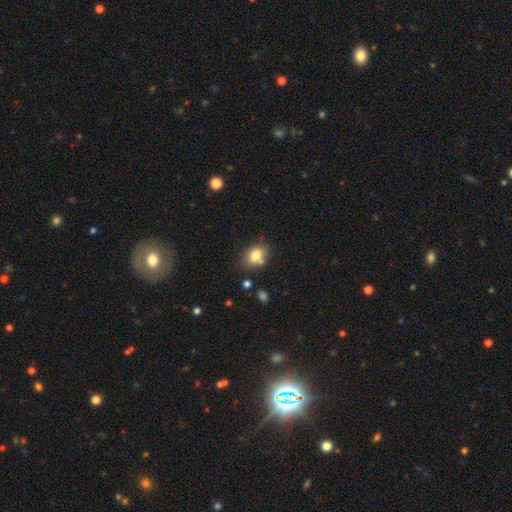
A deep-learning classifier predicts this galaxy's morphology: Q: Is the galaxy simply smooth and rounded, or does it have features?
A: smooth — 80%.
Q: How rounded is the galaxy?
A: in between — 63%.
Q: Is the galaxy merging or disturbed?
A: none — 69%.